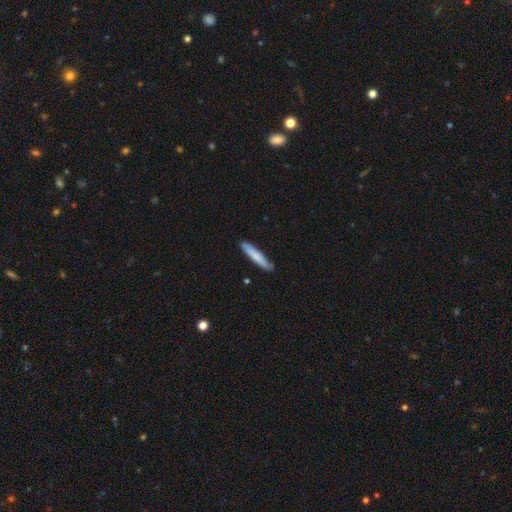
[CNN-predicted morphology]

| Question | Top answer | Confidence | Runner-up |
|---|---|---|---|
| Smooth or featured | smooth | 74% | featured or disk (21%) |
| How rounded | cigar-shaped | 91% | in between (7%) |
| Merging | none | 86% | minor disturbance (11%) |